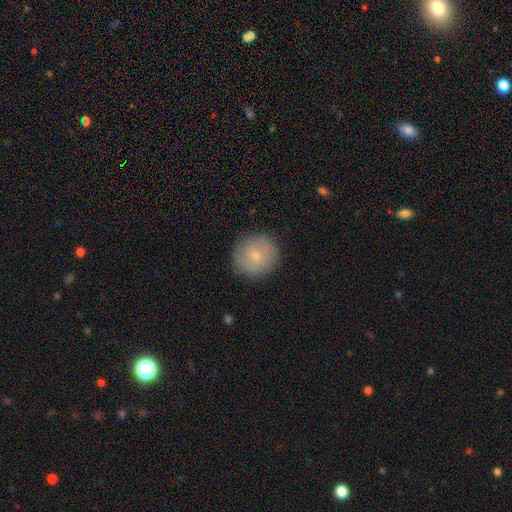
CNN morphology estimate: Smooth or featured?
  - smooth: 71% *
  - featured or disk: 21%
  - star or artifact: 8%
How rounded?
  - round: 93% *
  - in between: 6%
  - cigar-shaped: 1%
Merging?
  - none: 87% *
  - minor disturbance: 9%
  - major disturbance: 2%
  - merger: 1%